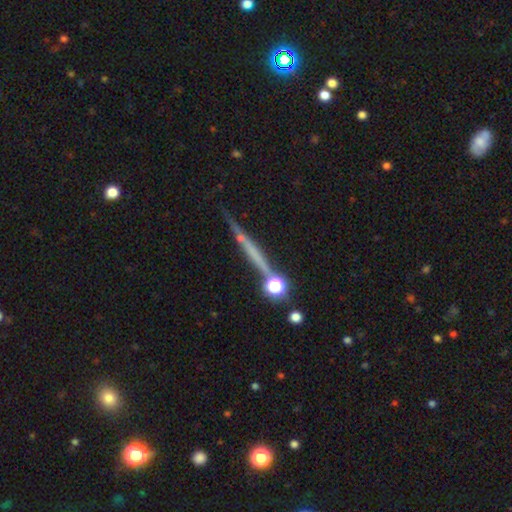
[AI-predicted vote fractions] Smooth or featured? featured or disk (52%)
Edge-on disk? yes (94%)
Merging? none (73%)